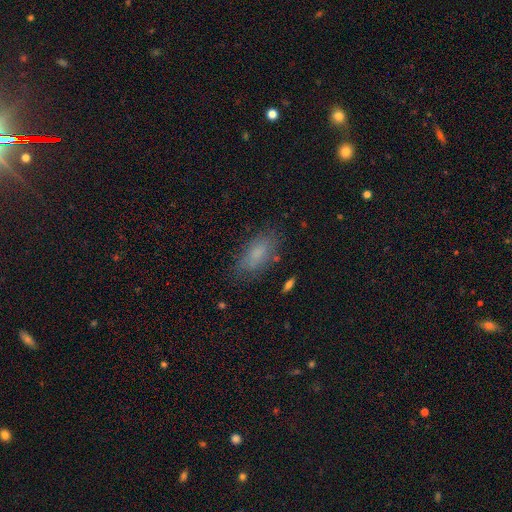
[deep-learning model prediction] smooth-or-featured: smooth: 76% | featured or disk: 14% | star or artifact: 9%
  how-rounded: in between: 84% | cigar-shaped: 12% | round: 3%
  merging: none: 75% | minor disturbance: 17% | major disturbance: 5% | merger: 2%